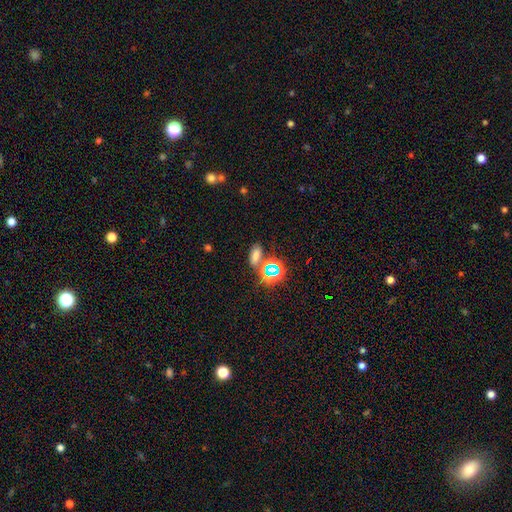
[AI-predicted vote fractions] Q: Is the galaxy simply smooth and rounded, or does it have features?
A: smooth — 61%.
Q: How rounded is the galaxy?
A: in between — 80%.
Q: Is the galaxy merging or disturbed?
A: none — 67%.